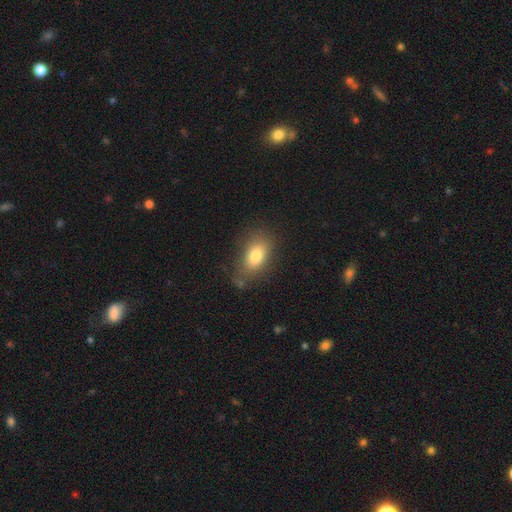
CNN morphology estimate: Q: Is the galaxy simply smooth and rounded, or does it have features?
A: smooth — 79%.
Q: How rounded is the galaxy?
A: in between — 87%.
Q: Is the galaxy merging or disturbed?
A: none — 73%.